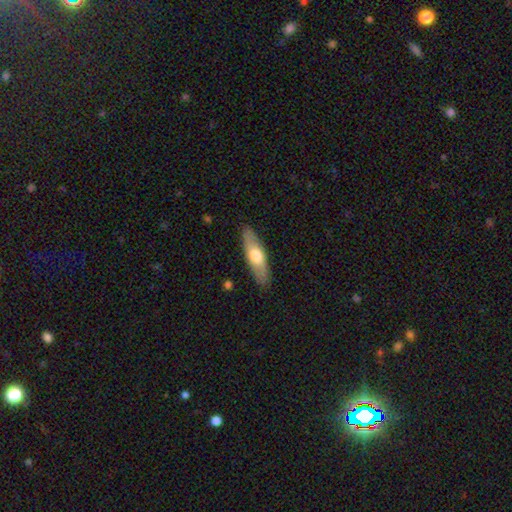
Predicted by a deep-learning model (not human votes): Smooth or featured: smooth — 59% (featured or disk — 36%)
How rounded: cigar-shaped — 51% (in between — 47%)
Merging: none — 87% (minor disturbance — 10%)